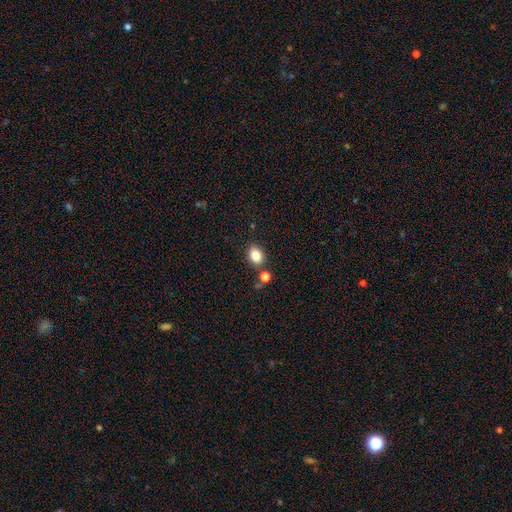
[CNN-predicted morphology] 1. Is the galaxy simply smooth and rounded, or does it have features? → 84% smooth, 10% star or artifact, 6% featured or disk.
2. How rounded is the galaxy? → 63% in between, 36% round, 1% cigar-shaped.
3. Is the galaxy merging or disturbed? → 73% none, 12% merger, 12% minor disturbance, 3% major disturbance.